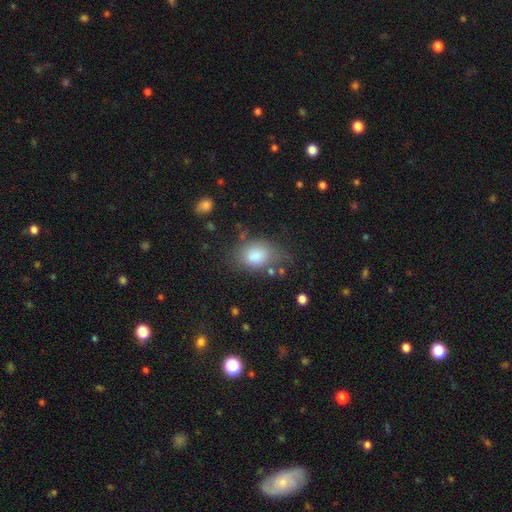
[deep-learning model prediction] Smooth or featured? Predicted: smooth (p=0.83). How rounded? Predicted: in between (p=0.76). Merging? Predicted: none (p=0.54).